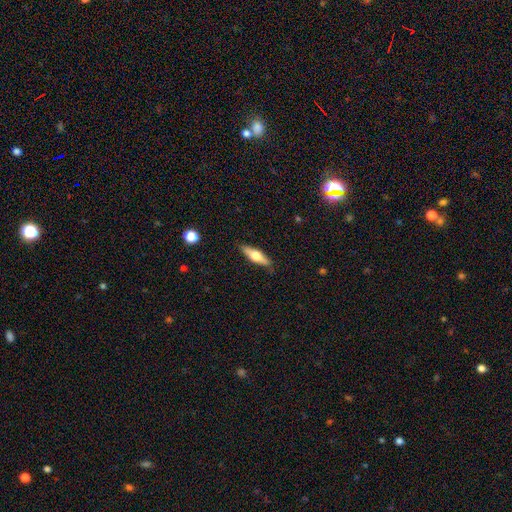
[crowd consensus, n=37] Smooth or featured? smooth (57%)
How rounded? in between (57%)
Merging? none (78%)